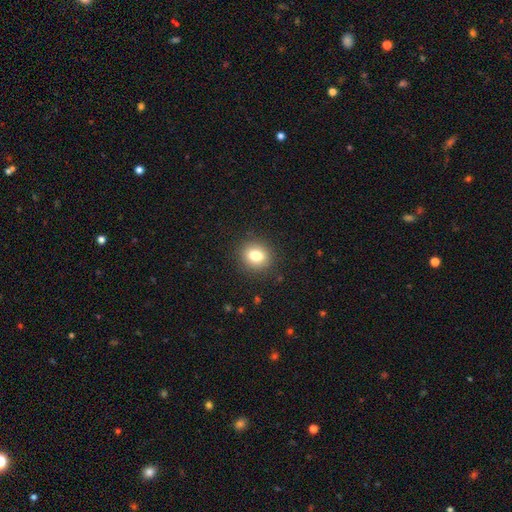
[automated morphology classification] This appears to be a smooth galaxy with no disk features (80%) that is round (69%). Merging: none (89%).